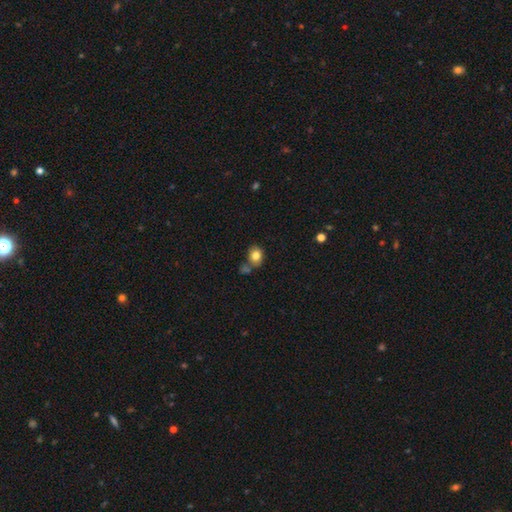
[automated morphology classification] A smooth galaxy with no disk features (82%) that is round (62%).

Vote fractions:
- Smooth or featured? smooth: 82% / star or artifact: 10% / featured or disk: 8%
- How rounded? round: 62% / in between: 37% / cigar-shaped: 1%
- Merging? none: 61% / merger: 20% / minor disturbance: 15% / major disturbance: 5%